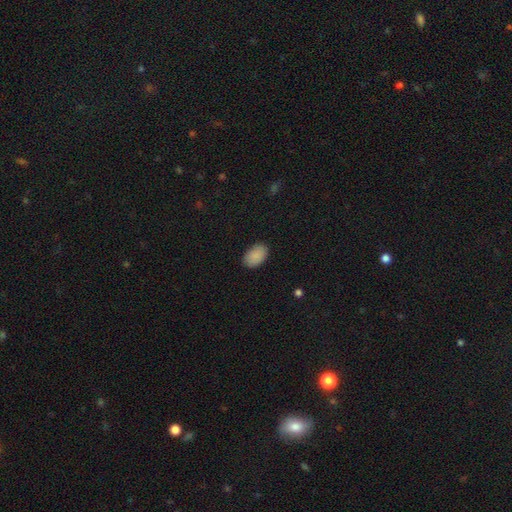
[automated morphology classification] Overall: smooth (89%). How rounded: in between (90%). Merging: none (86%).